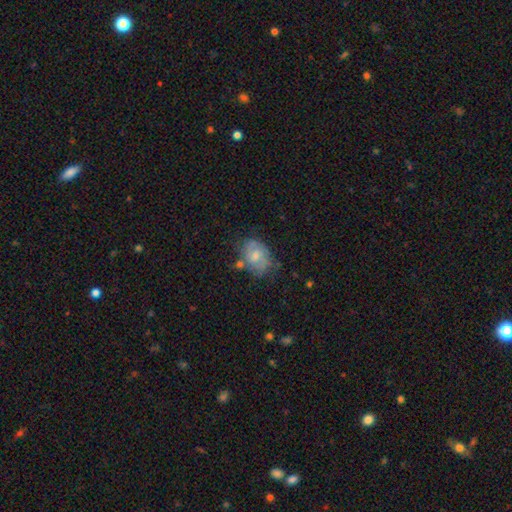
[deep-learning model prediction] A smooth galaxy with no disk features (49%).

Vote fractions:
- Smooth or featured? smooth: 49% / featured or disk: 43% / star or artifact: 8%
- Merging? none: 53% / minor disturbance: 28% / major disturbance: 12% / merger: 8%